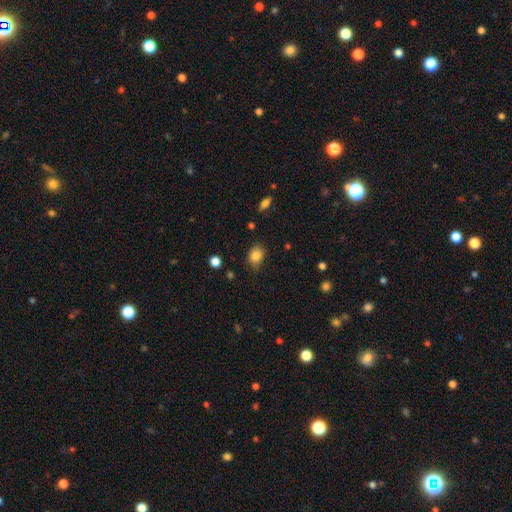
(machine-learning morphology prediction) Smooth or featured: smooth — 84% (star or artifact — 10%)
How rounded: in between — 59% (round — 40%)
Merging: none — 78% (minor disturbance — 17%)